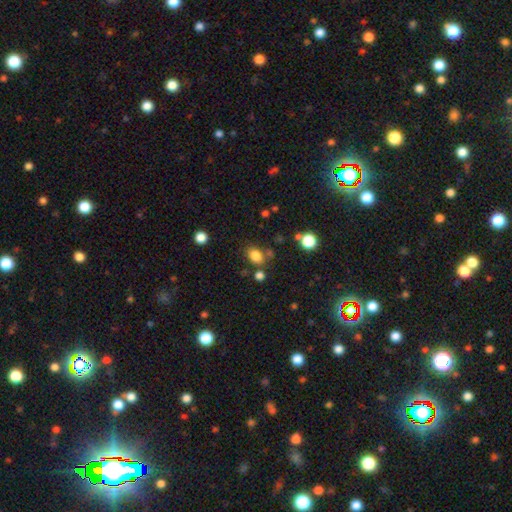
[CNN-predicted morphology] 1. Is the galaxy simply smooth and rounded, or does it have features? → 82% smooth, 12% star or artifact, 6% featured or disk.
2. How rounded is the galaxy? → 70% in between, 29% round, 1% cigar-shaped.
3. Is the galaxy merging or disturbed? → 72% none, 14% minor disturbance, 10% merger, 5% major disturbance.